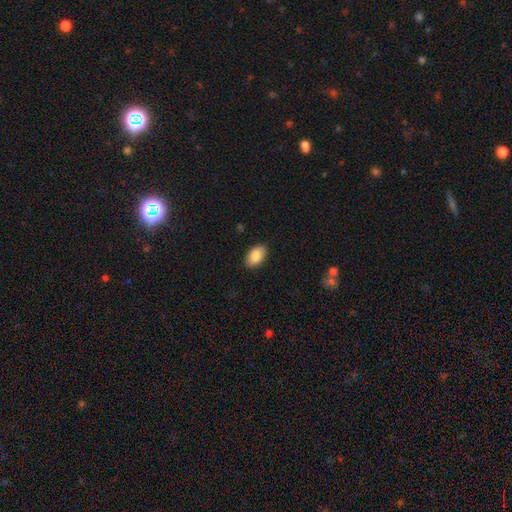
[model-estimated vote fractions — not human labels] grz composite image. It shows a smooth galaxy with no disk features (86%) that is in between round and cigar-shaped (93%). Merging: none (88%).